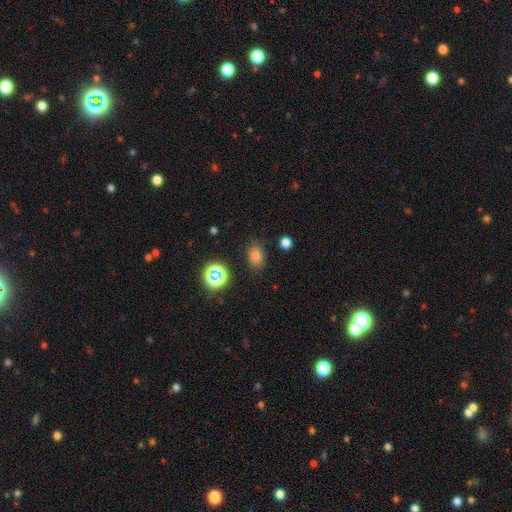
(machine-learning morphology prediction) This is likely a smooth galaxy (75%). How rounded: likely in between (73%). Merging: likely none (79%).